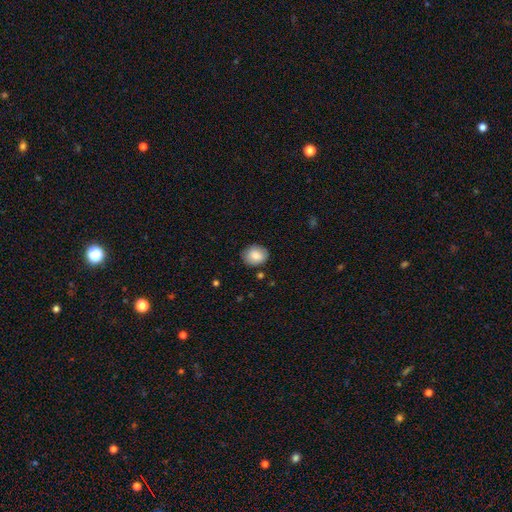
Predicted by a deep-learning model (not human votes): smooth 84%, featured or disk 8%, star or artifact 8%. Down the decision tree: how rounded — round (54%); merging — none (83%).